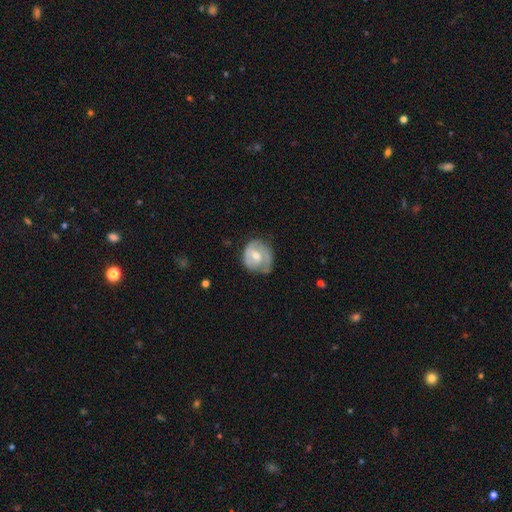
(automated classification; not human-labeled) Q: Smooth or featured?
A: featured or disk (59%); runner-up: smooth (34%)
Q: Edge-on disk?
A: no (97%); runner-up: yes (3%)
Q: Bar?
A: no (52%); runner-up: weak (37%)
Q: Spiral arms?
A: yes (70%); runner-up: no (30%)
Q: Bulge size?
A: moderate (65%); runner-up: small (29%)
Q: Merging?
A: none (54%); runner-up: minor disturbance (32%)